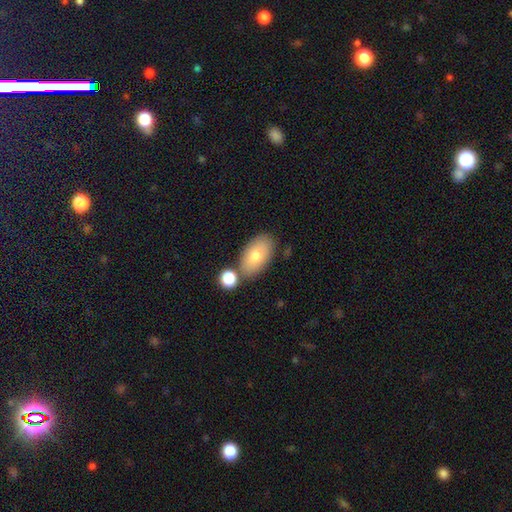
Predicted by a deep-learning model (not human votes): smooth_or_featured: smooth (p=0.78) [alt: featured or disk p=0.15]
how_rounded: in between (p=0.94) [alt: round p=0.04]
merging: none (p=0.70) [alt: merger p=0.13]